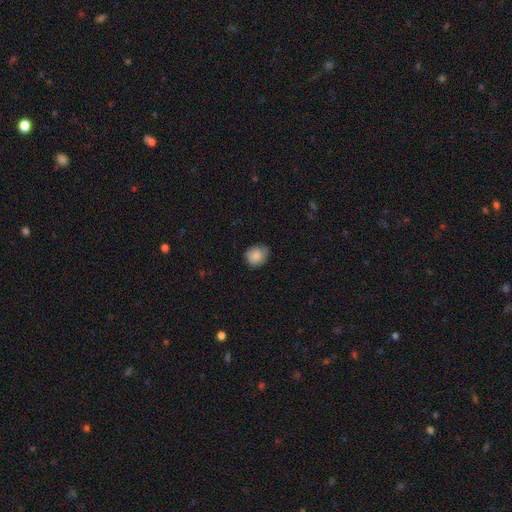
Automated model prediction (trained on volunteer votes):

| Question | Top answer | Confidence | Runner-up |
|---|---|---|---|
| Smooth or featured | smooth | 85% | star or artifact (8%) |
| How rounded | round | 77% | in between (22%) |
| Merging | none | 66% | minor disturbance (28%) |